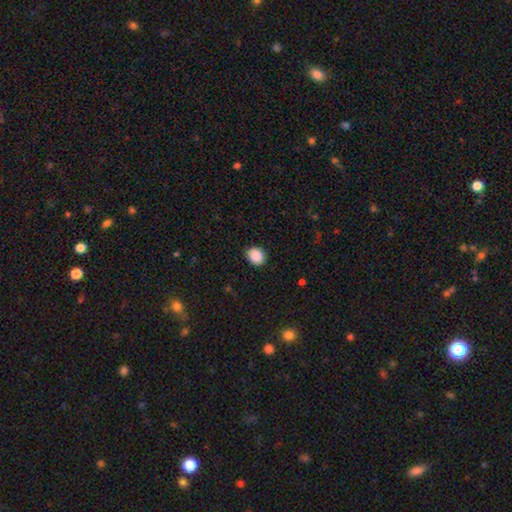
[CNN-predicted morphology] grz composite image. It shows a smooth galaxy with no disk features (89%) that is round (60%). Merging: none (88%).